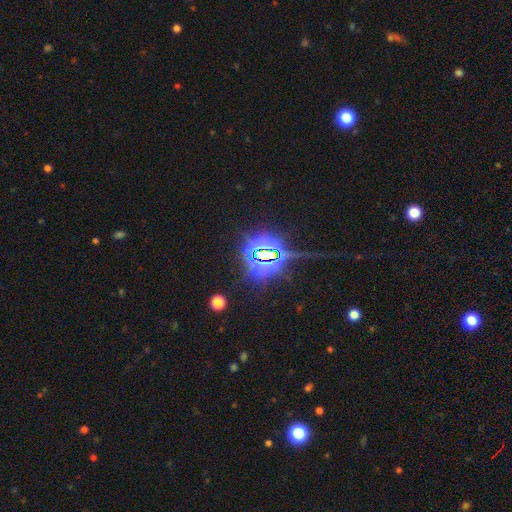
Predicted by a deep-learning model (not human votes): This appears to be a star or artifact, not a galaxy (82%).